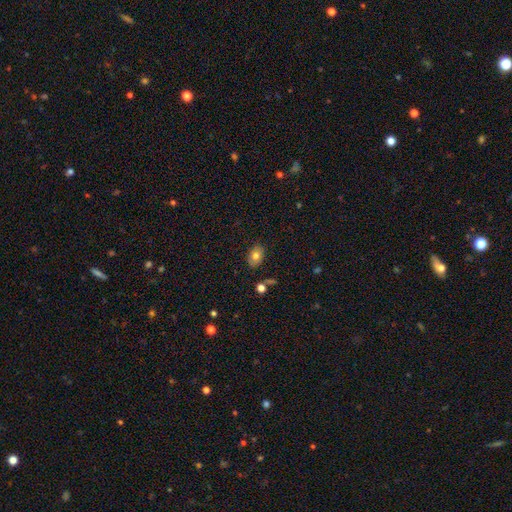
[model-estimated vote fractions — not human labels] Smooth or featured?
  - smooth: 76% *
  - featured or disk: 15%
  - star or artifact: 9%
How rounded?
  - in between: 81% *
  - round: 18%
  - cigar-shaped: 1%
Merging?
  - none: 84% *
  - minor disturbance: 11%
  - major disturbance: 3%
  - merger: 2%